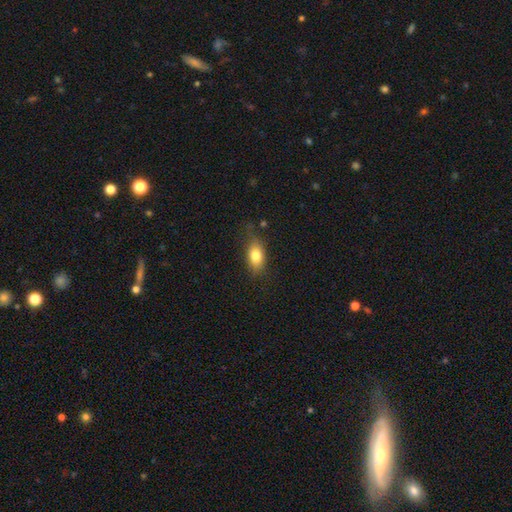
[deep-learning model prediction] Smooth or featured?
  - smooth: 80% *
  - featured or disk: 11%
  - star or artifact: 9%
How rounded?
  - in between: 82% *
  - round: 13%
  - cigar-shaped: 5%
Merging?
  - none: 72% *
  - minor disturbance: 21%
  - major disturbance: 6%
  - merger: 2%